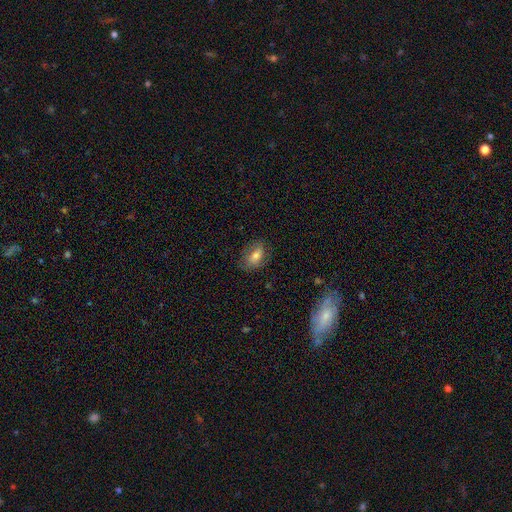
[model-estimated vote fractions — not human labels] smooth_or_featured: smooth (p=0.69) [alt: featured or disk p=0.21]
how_rounded: in between (p=0.82) [alt: round p=0.15]
merging: none (p=0.75) [alt: minor disturbance p=0.18]